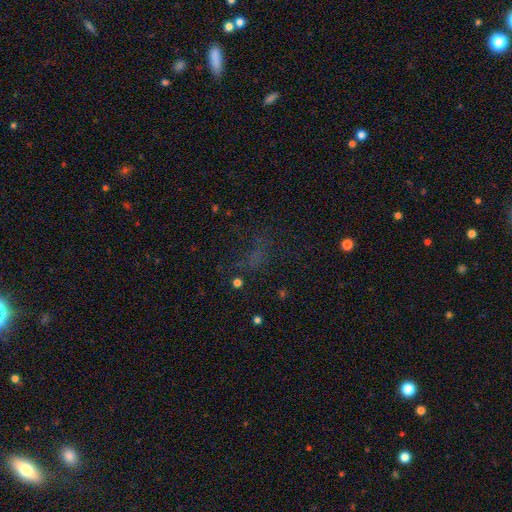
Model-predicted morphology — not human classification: star or artifact 45%, smooth 36%, featured or disk 18%.